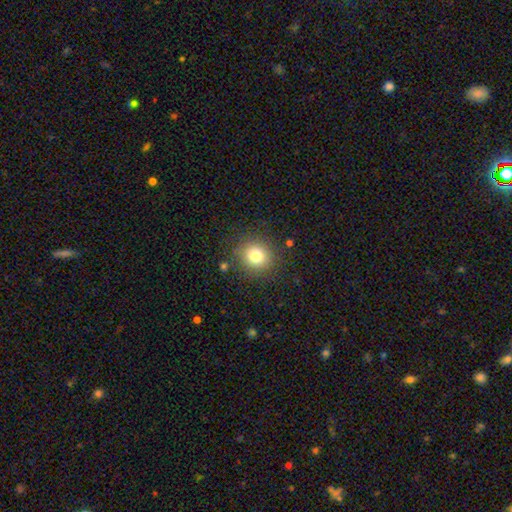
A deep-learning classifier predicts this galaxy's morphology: This is likely a smooth galaxy (79%). How rounded: clearly round (88%). Merging: clearly none (86%).